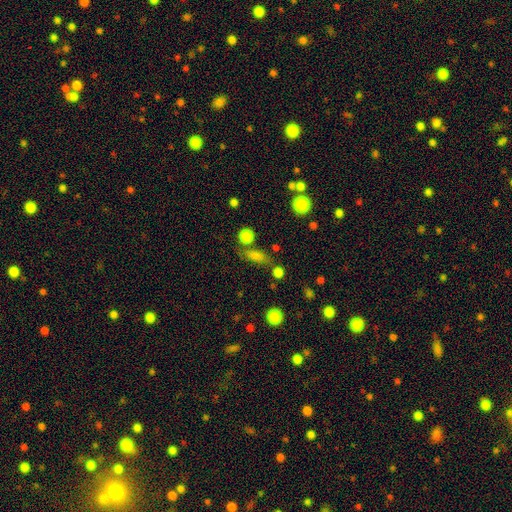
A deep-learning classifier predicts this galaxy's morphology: This is likely a smooth galaxy (75%). How rounded: possibly in between (55%). Merging: likely none (66%).